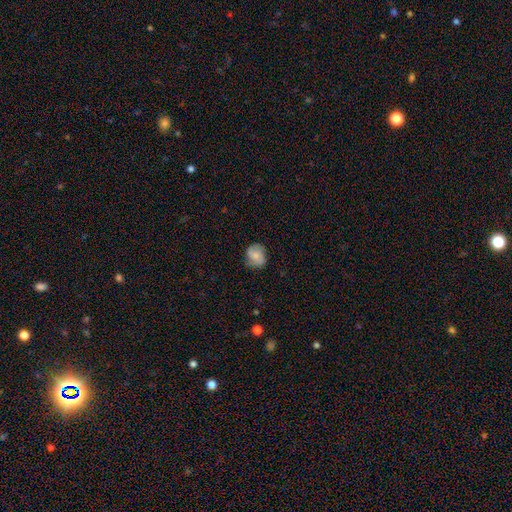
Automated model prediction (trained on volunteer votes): Smooth or featured? Predicted: smooth (p=0.68). How rounded? Predicted: round (p=0.72). Merging? Predicted: none (p=0.74).